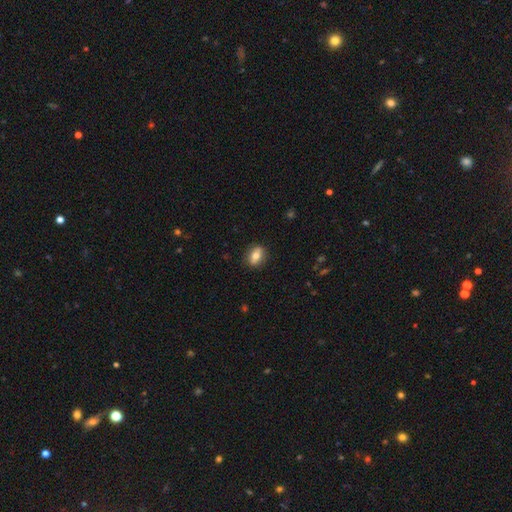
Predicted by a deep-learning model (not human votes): Smooth or featured?
  - smooth: 65% *
  - featured or disk: 27%
  - star or artifact: 8%
How rounded?
  - in between: 66% *
  - round: 28%
  - cigar-shaped: 6%
Merging?
  - none: 87% *
  - minor disturbance: 9%
  - major disturbance: 2%
  - merger: 1%